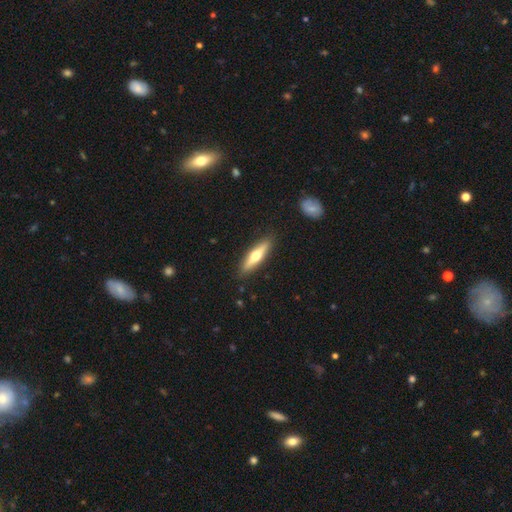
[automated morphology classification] Overall: featured or disk (48%; smooth 47%). Merging: none (88%).